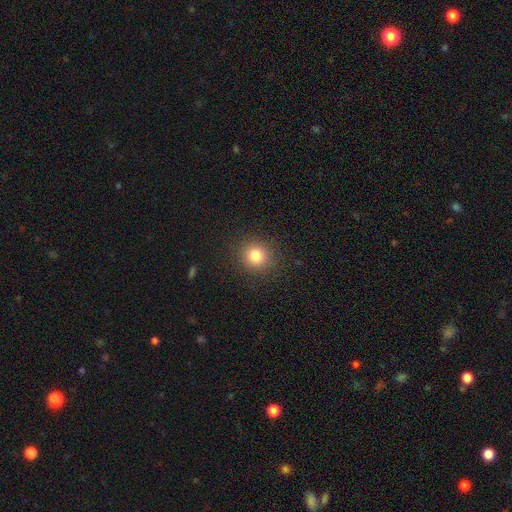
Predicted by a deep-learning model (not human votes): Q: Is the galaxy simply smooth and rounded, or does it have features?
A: smooth — 81%.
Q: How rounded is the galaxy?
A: round — 91%.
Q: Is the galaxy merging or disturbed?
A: none — 90%.